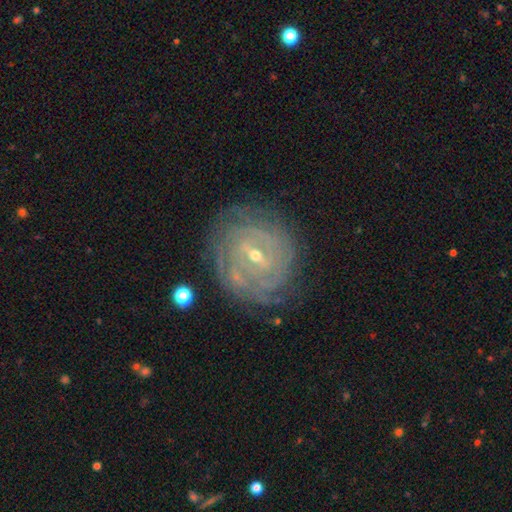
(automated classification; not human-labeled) Smooth or featured: featured or disk — 88% (smooth — 7%)
Edge-on disk: no — 96% (yes — 4%)
Bar: weak — 51% (strong — 33%)
Spiral arms: yes — 95% (no — 5%)
Spiral winding: tight — 81% (medium — 15%)
Spiral arm count: can't tell — 38% (4 — 20%)
Bulge size: small — 58% (moderate — 39%)
Merging: none — 77% (minor disturbance — 15%)